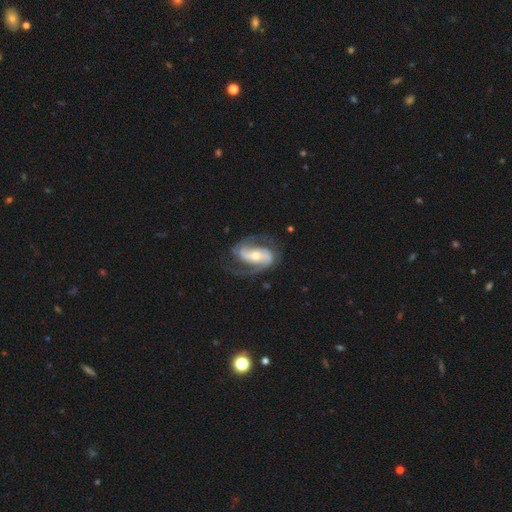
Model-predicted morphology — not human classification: type=featured or disk (87%); edge-on=no (96%); bar=strong (39%); spiral arms=yes (95%); winding=medium (50%); arm count=2 (87%); bulge=moderate (57%); merging=none (68%).